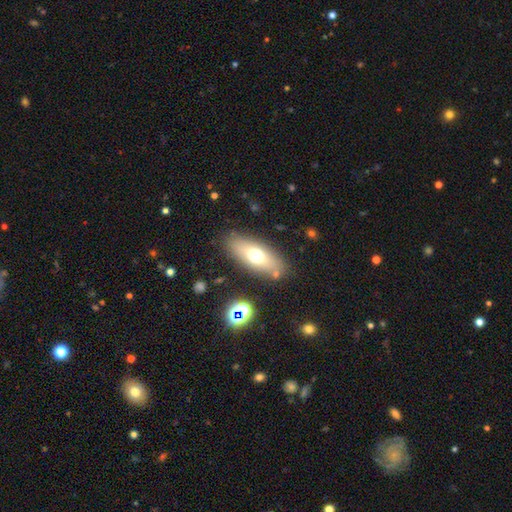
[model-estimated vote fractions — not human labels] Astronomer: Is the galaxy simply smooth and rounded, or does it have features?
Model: smooth — 63%.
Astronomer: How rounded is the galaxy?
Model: in between — 73%.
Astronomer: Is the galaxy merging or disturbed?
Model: none — 82%.